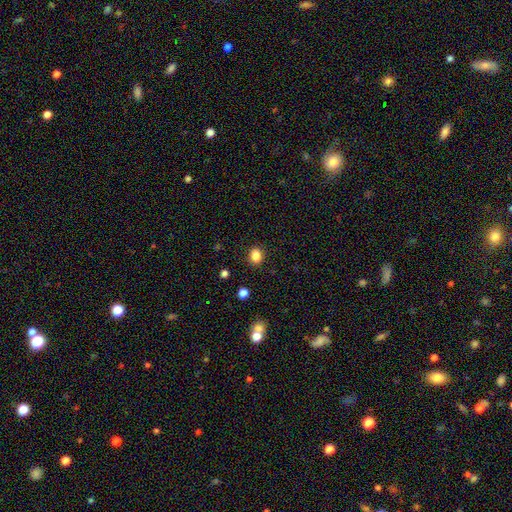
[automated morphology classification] Q: Smooth or featured?
A: smooth (85%); runner-up: star or artifact (11%)
Q: How rounded?
A: round (51%); runner-up: in between (48%)
Q: Merging?
A: none (89%); runner-up: minor disturbance (7%)